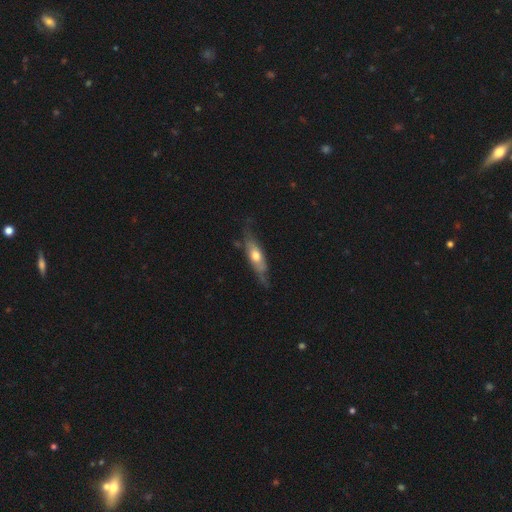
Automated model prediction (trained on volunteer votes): smooth-or-featured: featured or disk: 52% | smooth: 43% | star or artifact: 6%
  disk-edge-on: yes: 62% | no: 38%
  merging: none: 62% | minor disturbance: 27% | major disturbance: 9% | merger: 2%